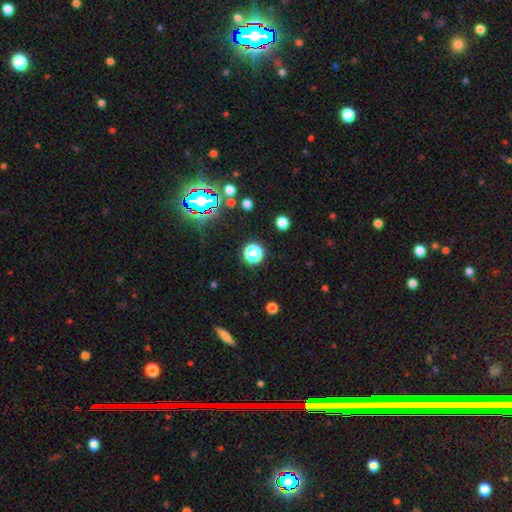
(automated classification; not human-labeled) This is possibly a smooth galaxy (48%). Merging: clearly none (81%).